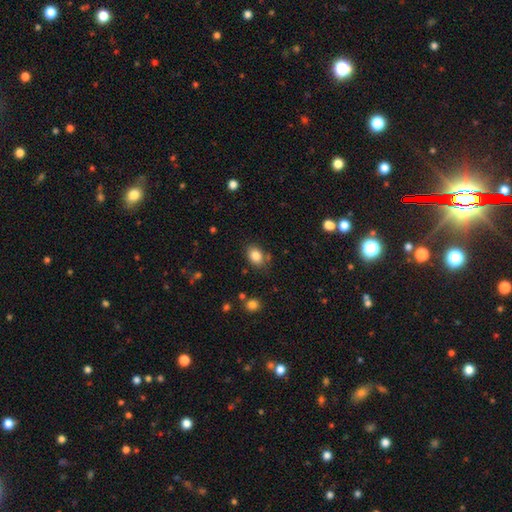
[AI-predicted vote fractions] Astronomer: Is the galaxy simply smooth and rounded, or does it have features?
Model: smooth — 84%.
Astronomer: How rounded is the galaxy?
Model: in between — 76%.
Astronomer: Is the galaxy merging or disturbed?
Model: none — 76%.